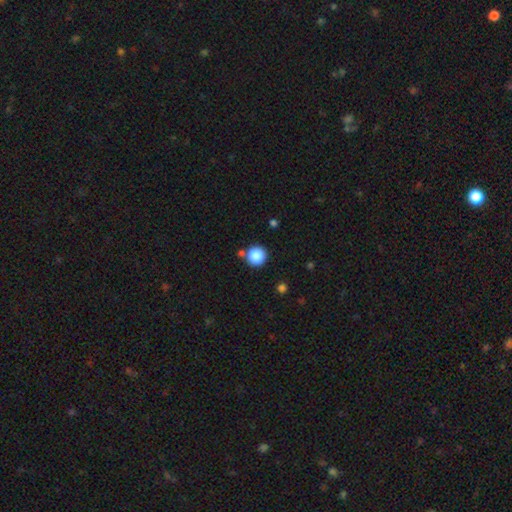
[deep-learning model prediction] smooth-or-featured: smooth: 86% | star or artifact: 10% | featured or disk: 4%
  how-rounded: round: 95% | in between: 4% | cigar-shaped: 1%
  merging: none: 80% | merger: 10% | minor disturbance: 8% | major disturbance: 3%